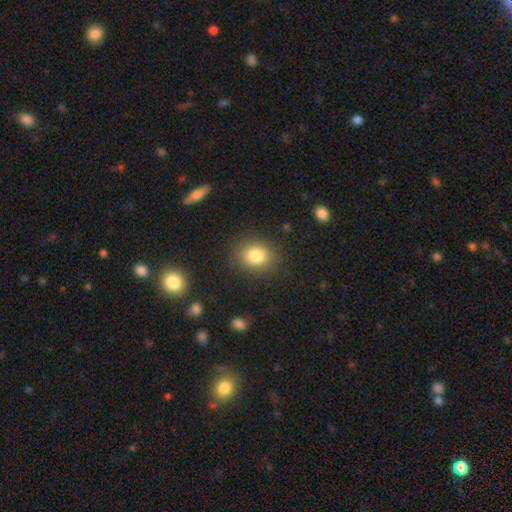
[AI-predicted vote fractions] Morphology: type=smooth (81%); roundness=round (57%); merging=none (85%).